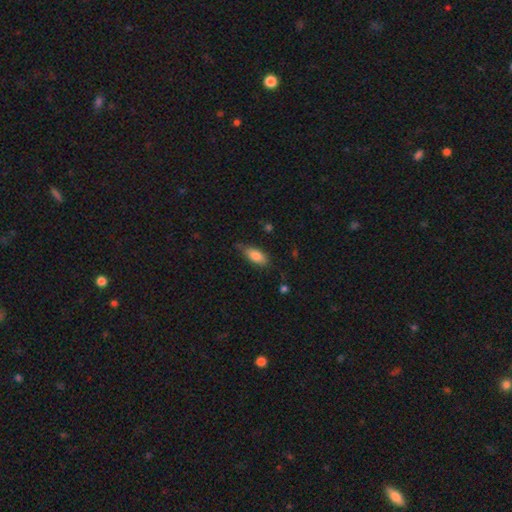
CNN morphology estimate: Smooth or featured? Predicted: smooth (p=0.81). How rounded? Predicted: in between (p=0.80). Merging? Predicted: none (p=0.69).